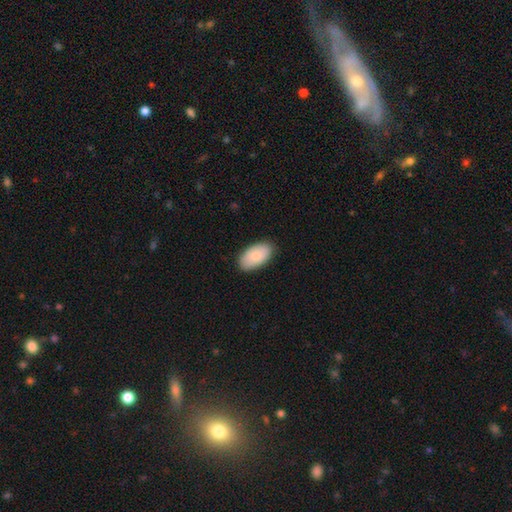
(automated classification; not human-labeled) smooth_or_featured: smooth (p=0.85) [alt: featured or disk p=0.10]
how_rounded: in between (p=0.96) [alt: round p=0.03]
merging: none (p=0.88) [alt: minor disturbance p=0.10]